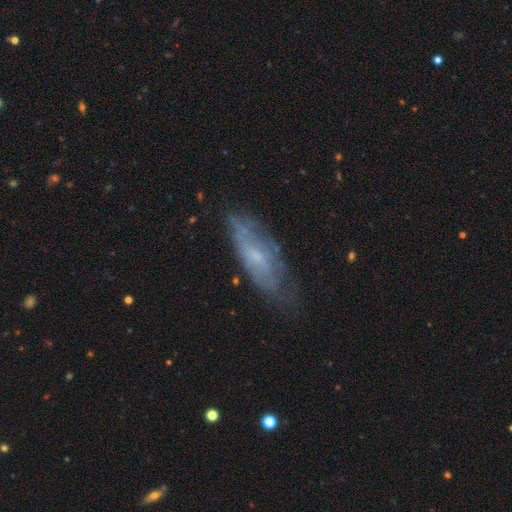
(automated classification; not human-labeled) featured or disk 52%, smooth 40%, star or artifact 8%. Down the decision tree: edge-on disk — no (76%); merging — none (62%).